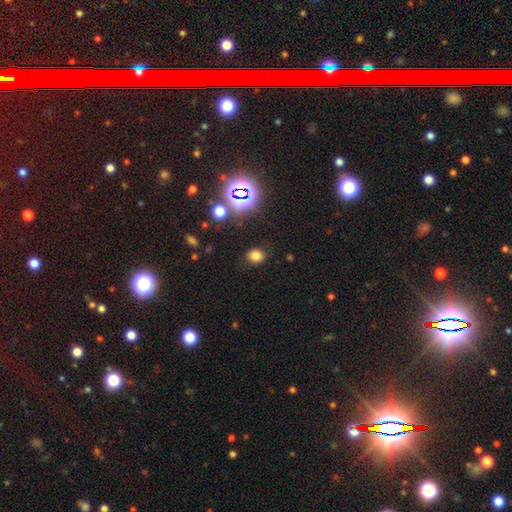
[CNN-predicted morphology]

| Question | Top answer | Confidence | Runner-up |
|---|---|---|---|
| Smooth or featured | smooth | 73% | star or artifact (21%) |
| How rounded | round | 50% | in between (49%) |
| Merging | none | 83% | minor disturbance (11%) |